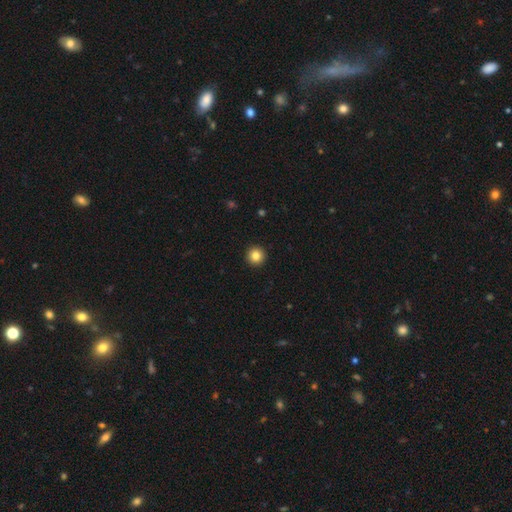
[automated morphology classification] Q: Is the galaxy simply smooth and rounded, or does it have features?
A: smooth — 83%.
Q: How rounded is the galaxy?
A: round — 96%.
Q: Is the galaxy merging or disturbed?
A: none — 94%.